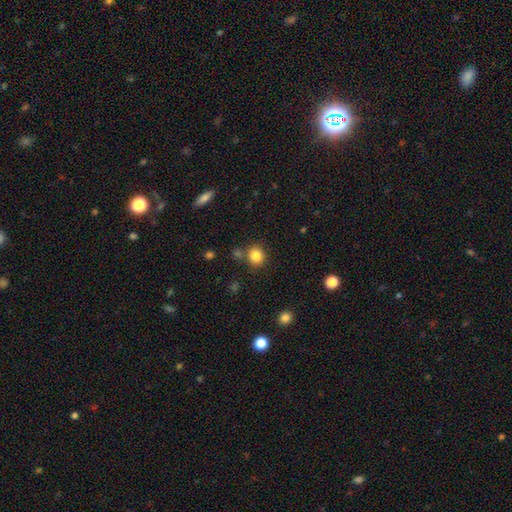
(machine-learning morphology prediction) The model was most divided on "merging": none: 77%, merger: 10%, minor disturbance: 10%, major disturbance: 3%. More confident: how rounded — round (85%); smooth or featured — smooth (84%).